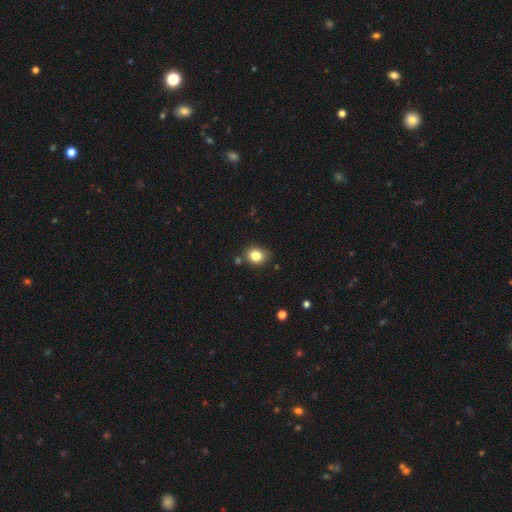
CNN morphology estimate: Overall: smooth (82%). How rounded: round (63%; in between 36%). Merging: none (78%).